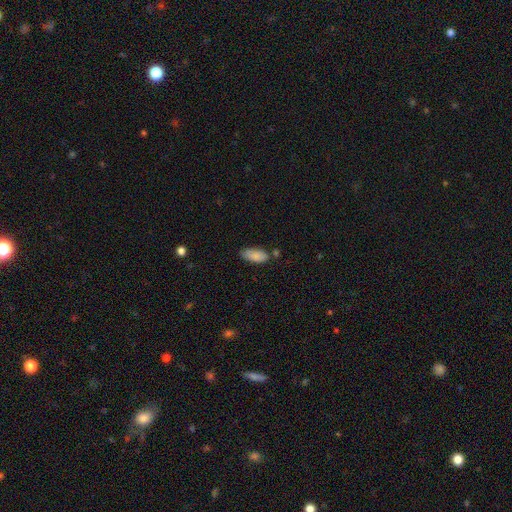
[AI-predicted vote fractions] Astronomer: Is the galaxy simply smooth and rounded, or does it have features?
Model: smooth — 85%.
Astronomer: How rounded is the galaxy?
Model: in between — 84%.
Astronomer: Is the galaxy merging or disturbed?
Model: none — 65%.